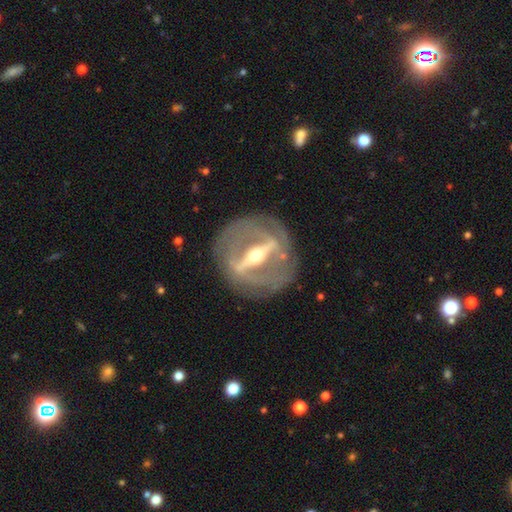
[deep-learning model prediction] smooth_or_featured: featured or disk (p=0.88) [alt: smooth p=0.07]
disk_edge_on: no (p=0.65) [alt: yes p=0.35]
bar: strong (p=0.88) [alt: weak p=0.08]
has_spiral_arms: no (p=0.56) [alt: yes p=0.44]
bulge_size: moderate (p=0.61) [alt: small p=0.31]
merging: none (p=0.81) [alt: minor disturbance p=0.11]